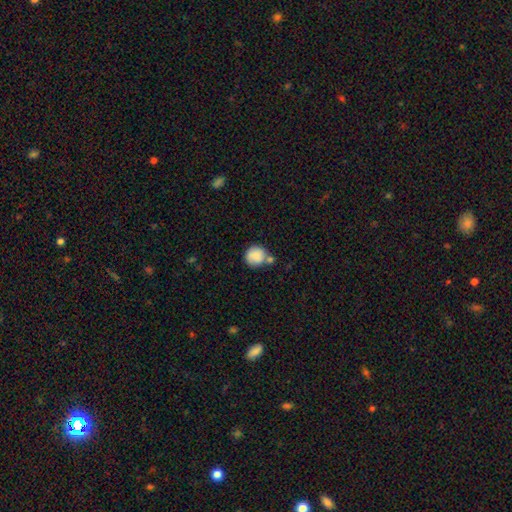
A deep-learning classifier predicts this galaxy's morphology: Smooth or featured?
  - smooth: 85% *
  - featured or disk: 8%
  - star or artifact: 7%
How rounded?
  - round: 91% *
  - in between: 8%
  - cigar-shaped: 1%
Merging?
  - none: 58% *
  - merger: 23%
  - minor disturbance: 14%
  - major disturbance: 4%